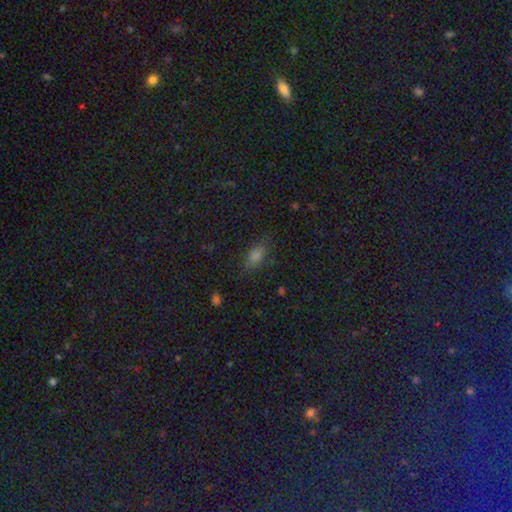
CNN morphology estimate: Smooth or featured? smooth (67%)
How rounded? in between (80%)
Merging? none (81%)